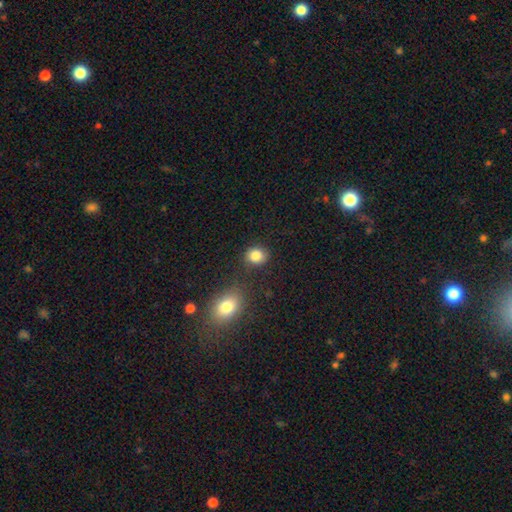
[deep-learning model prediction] A smooth galaxy with no disk features (84%) that is round (72%).

Vote fractions:
- Smooth or featured? smooth: 84% / star or artifact: 10% / featured or disk: 6%
- How rounded? round: 72% / in between: 27% / cigar-shaped: 1%
- Merging? none: 80% / minor disturbance: 11% / merger: 6% / major disturbance: 3%